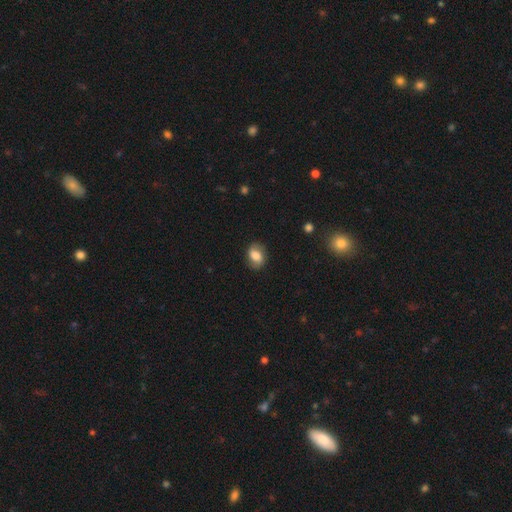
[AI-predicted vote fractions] This appears to be a smooth galaxy with no disk features (69%) that is in between round and cigar-shaped (69%). Merging: none (80%).